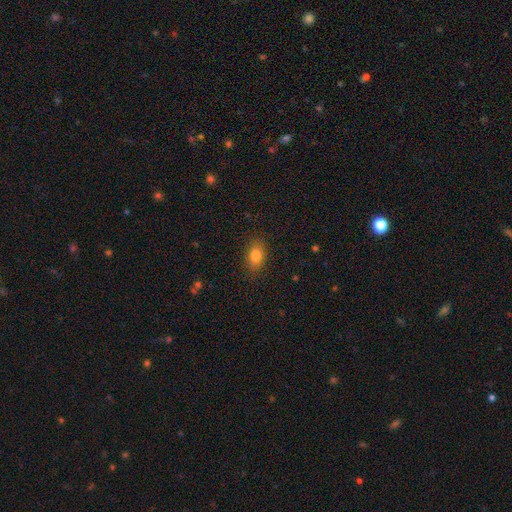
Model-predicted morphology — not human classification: Smooth or featured? Predicted: smooth (p=0.81). How rounded? Predicted: in between (p=0.83). Merging? Predicted: none (p=0.87).